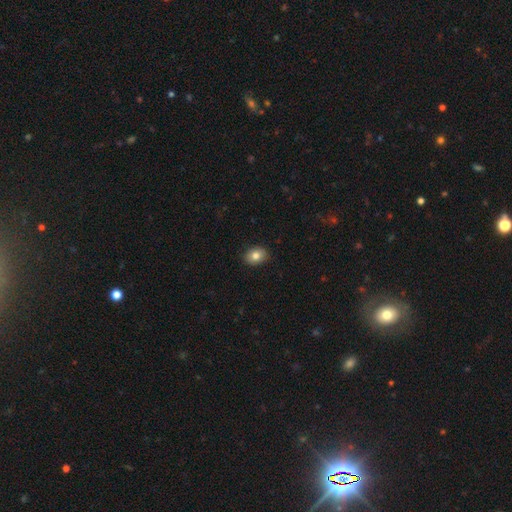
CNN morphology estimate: Smooth or featured?
  - smooth: 82% *
  - featured or disk: 9%
  - star or artifact: 9%
How rounded?
  - in between: 63% *
  - round: 36%
  - cigar-shaped: 1%
Merging?
  - none: 89% *
  - minor disturbance: 8%
  - major disturbance: 2%
  - merger: 1%